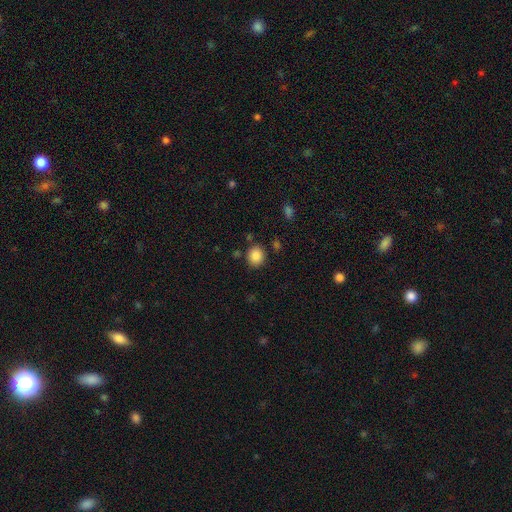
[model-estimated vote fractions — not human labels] Q: Smooth or featured?
A: smooth (85%); runner-up: star or artifact (10%)
Q: How rounded?
A: round (76%); runner-up: in between (23%)
Q: Merging?
A: none (85%); runner-up: minor disturbance (9%)